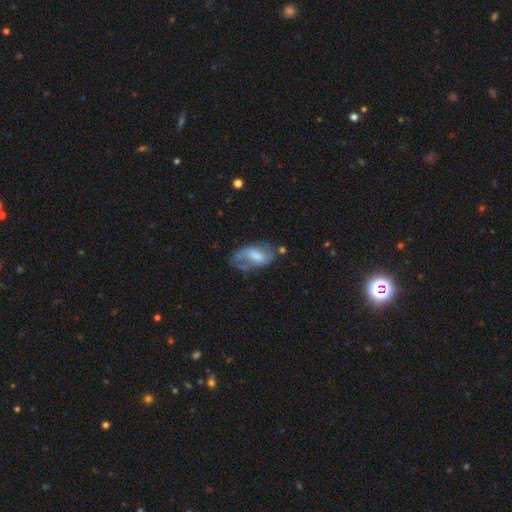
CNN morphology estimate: Smooth or featured? featured or disk (51%)
Edge-on disk? no (94%)
Merging? none (44%)